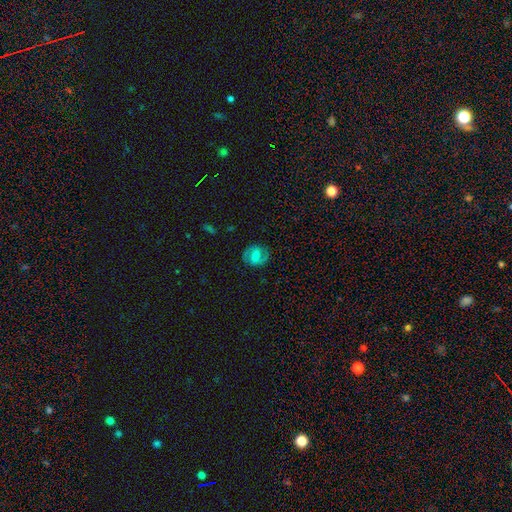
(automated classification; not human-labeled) The model was most divided on "bar": weak: 47%, strong: 33%, no: 21%. Remaining: edge-on disk — no (97%); spiral arm count — 2 (87%); spiral arms — yes (85%); merging — none (82%); smooth or featured — featured or disk (63%); spiral winding — medium (49%); bulge size — moderate (45%).